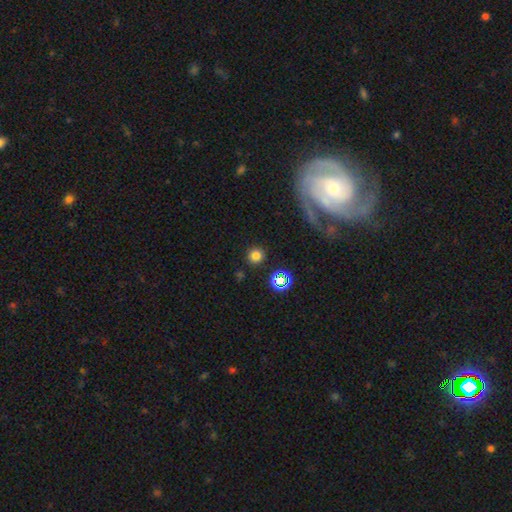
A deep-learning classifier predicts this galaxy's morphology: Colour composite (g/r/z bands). It shows a smooth galaxy with no disk features (76%) that is round (93%). Merging: none (89%).